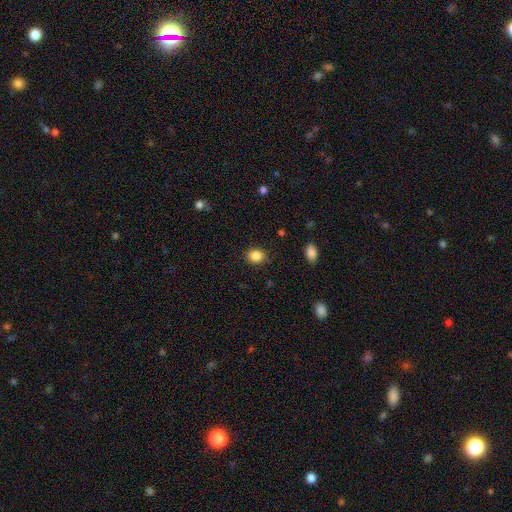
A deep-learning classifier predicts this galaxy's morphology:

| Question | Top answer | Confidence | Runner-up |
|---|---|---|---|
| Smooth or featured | smooth | 85% | star or artifact (10%) |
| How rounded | round | 65% | in between (34%) |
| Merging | none | 88% | minor disturbance (9%) |